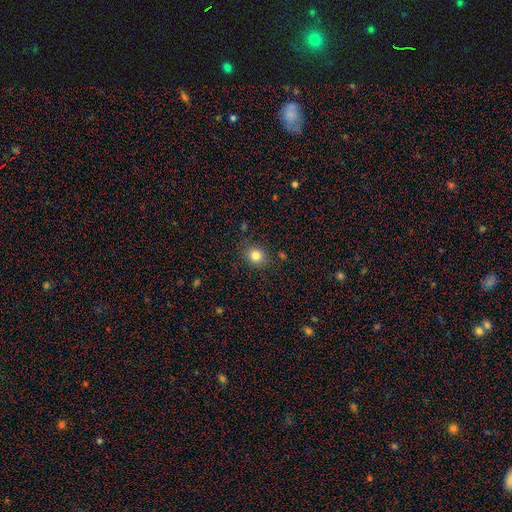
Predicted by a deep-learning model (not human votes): smooth_or_featured: smooth (p=0.83) [alt: star or artifact p=0.11]
how_rounded: round (p=0.72) [alt: in between p=0.27]
merging: none (p=0.84) [alt: minor disturbance p=0.11]